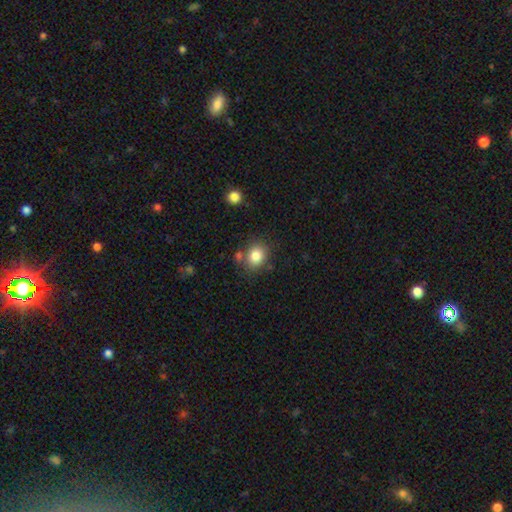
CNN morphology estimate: This is clearly a smooth galaxy (82%). How rounded: likely round (66%). Merging: likely none (73%).